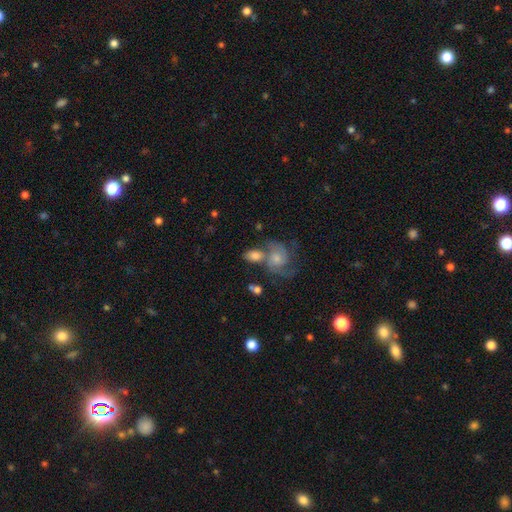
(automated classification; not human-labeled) Smooth or featured? featured or disk (52%)
Edge-on disk? no (96%)
Merging? none (39%)